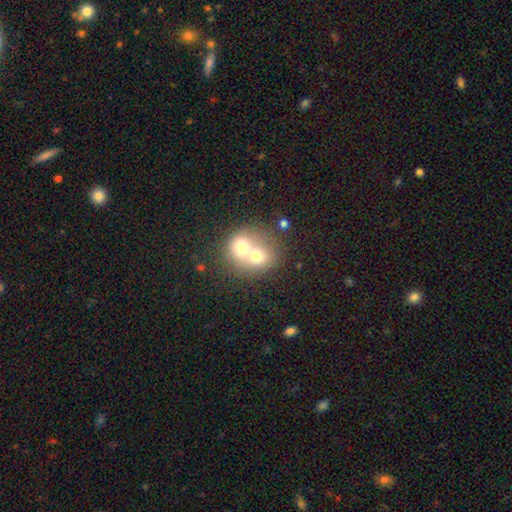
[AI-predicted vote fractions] This is likely a smooth galaxy (66%). How rounded: likely round (69%). Merging: likely merger (74%).